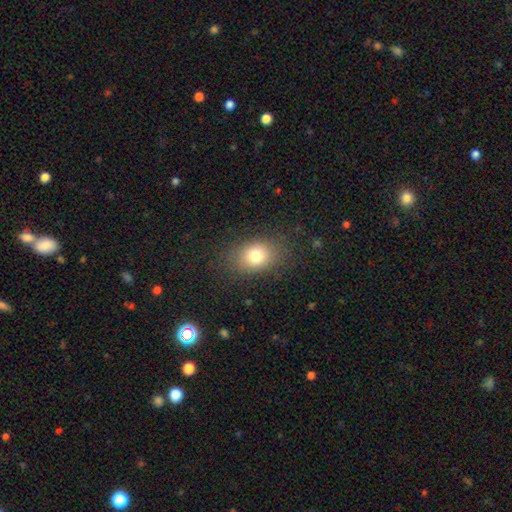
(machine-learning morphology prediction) A smooth galaxy with no disk features (79%) that is in between round and cigar-shaped (67%).

Vote fractions:
- Smooth or featured? smooth: 79% / star or artifact: 11% / featured or disk: 10%
- How rounded? in between: 67% / round: 32% / cigar-shaped: 1%
- Merging? none: 82% / minor disturbance: 12% / major disturbance: 5% / merger: 1%